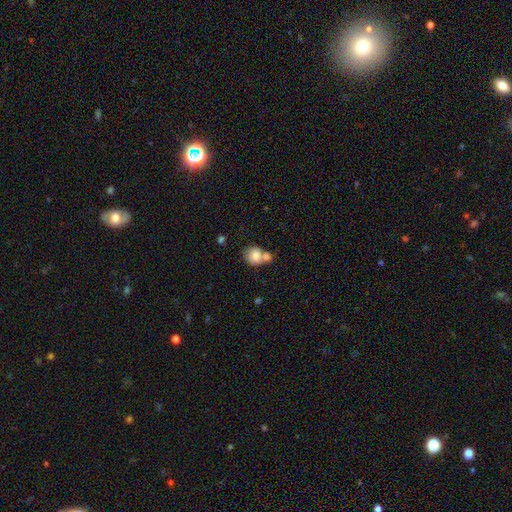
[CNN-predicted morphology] Overall: smooth (79%). How rounded: round (67%; in between 32%). Merging: merger (52%; none 32%).